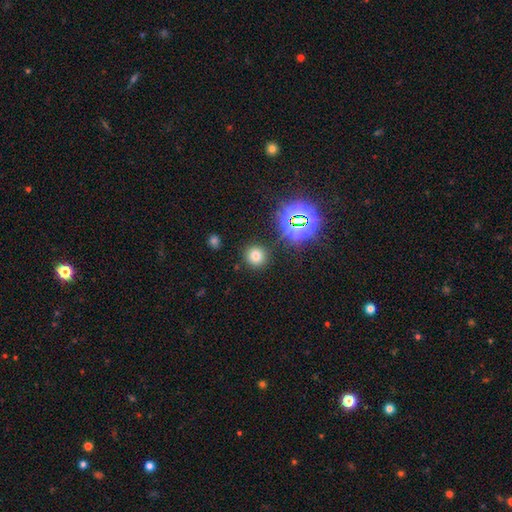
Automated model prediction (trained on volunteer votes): This is likely a smooth galaxy (70%). How rounded: clearly round (92%). Merging: clearly none (87%).